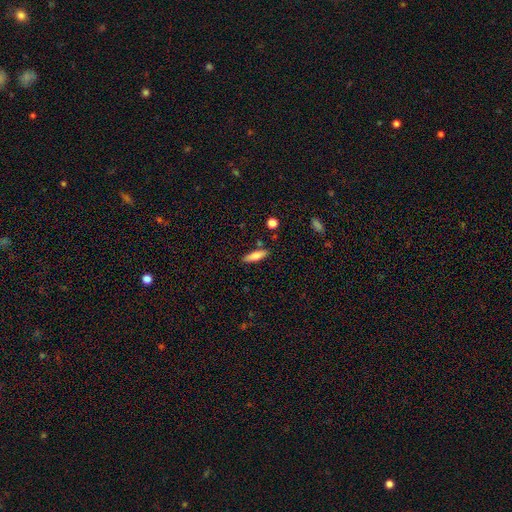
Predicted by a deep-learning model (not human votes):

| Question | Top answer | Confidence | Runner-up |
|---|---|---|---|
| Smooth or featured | smooth | 78% | featured or disk (16%) |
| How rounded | cigar-shaped | 52% | in between (46%) |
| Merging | none | 82% | minor disturbance (12%) |